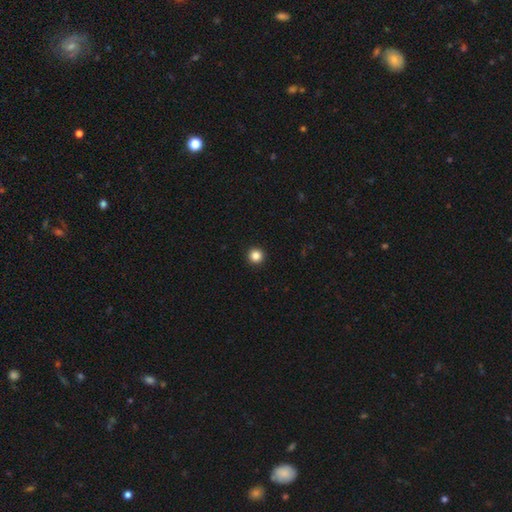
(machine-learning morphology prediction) This appears to be a smooth galaxy with no disk features (85%) that is round (97%). Merging: none (94%).